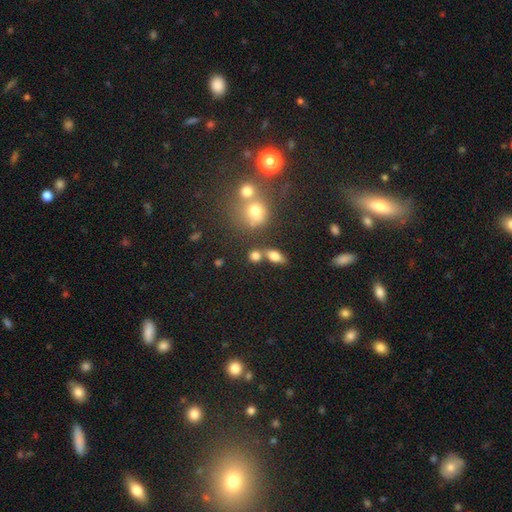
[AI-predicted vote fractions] smooth 75%, featured or disk 13%, star or artifact 13%. Down the decision tree: how rounded — in between (57%); merging — none (55%).